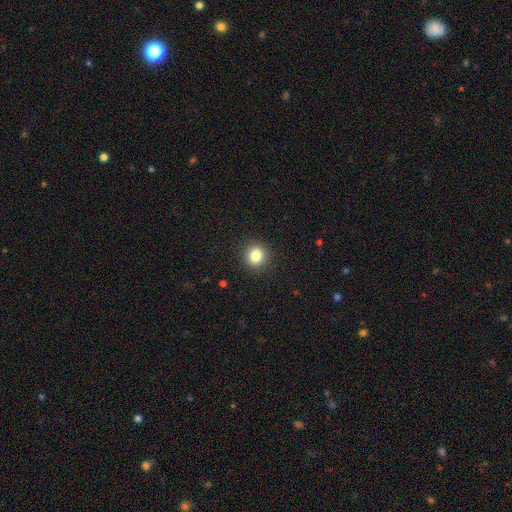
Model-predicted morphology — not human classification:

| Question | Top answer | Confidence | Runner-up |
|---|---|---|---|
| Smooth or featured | smooth | 84% | star or artifact (11%) |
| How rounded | round | 88% | in between (11%) |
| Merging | none | 92% | minor disturbance (5%) |